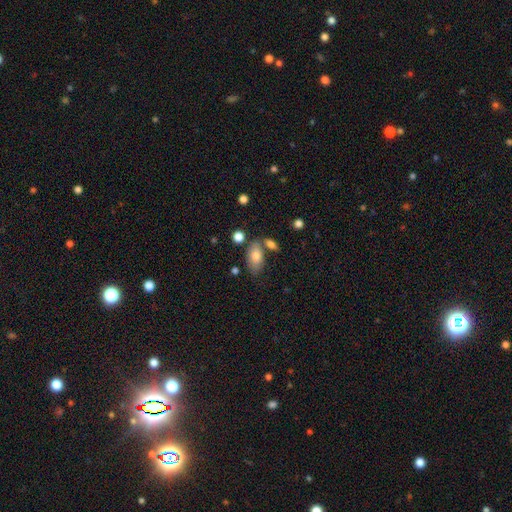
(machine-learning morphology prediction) Smooth or featured: smooth — 77% (featured or disk — 16%)
How rounded: in between — 92% (round — 5%)
Merging: none — 63% (minor disturbance — 17%)